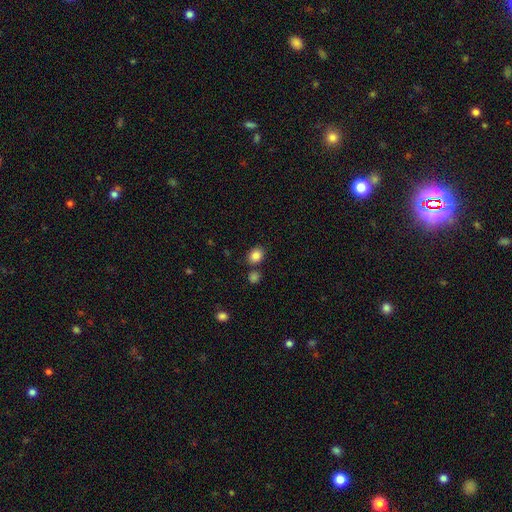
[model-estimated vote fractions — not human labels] Smooth or featured?
  - smooth: 85% *
  - star or artifact: 10%
  - featured or disk: 5%
How rounded?
  - round: 50% *
  - in between: 49%
  - cigar-shaped: 1%
Merging?
  - none: 78% *
  - minor disturbance: 10%
  - merger: 9%
  - major disturbance: 3%